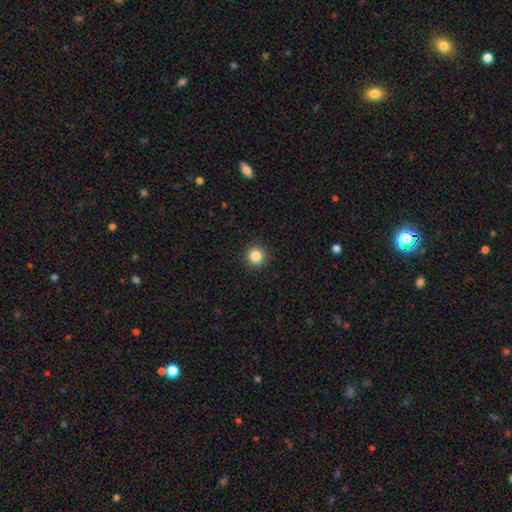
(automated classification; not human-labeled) smooth 85%, star or artifact 11%, featured or disk 4%. Down the decision tree: how rounded — round (95%); merging — none (93%).